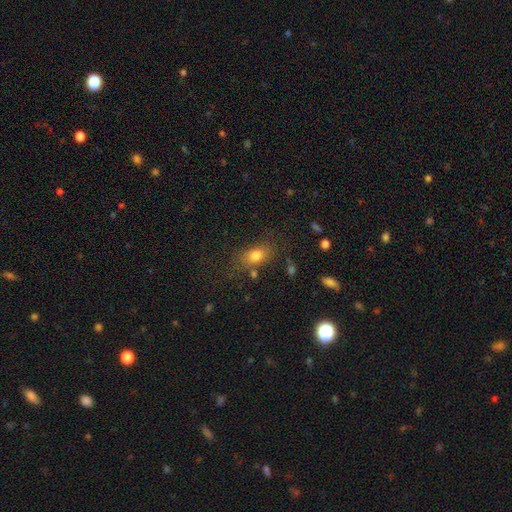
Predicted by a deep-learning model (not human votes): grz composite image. It shows a smooth galaxy with no disk features (78%) that is in between round and cigar-shaped (78%). Merging: none (70%).